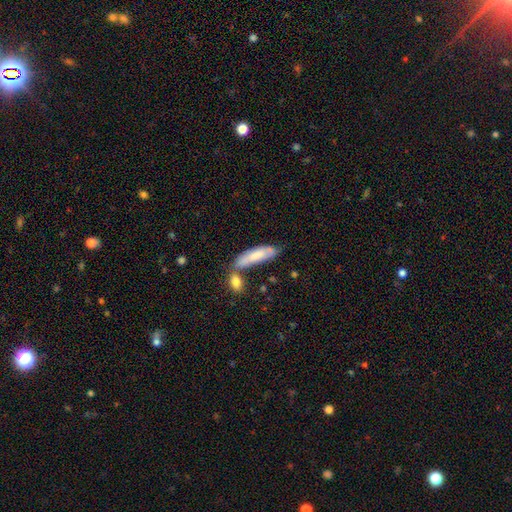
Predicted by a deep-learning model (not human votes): smooth 69%, featured or disk 24%, star or artifact 6%. Down the decision tree: how rounded — cigar-shaped (57%); merging — none (39%).